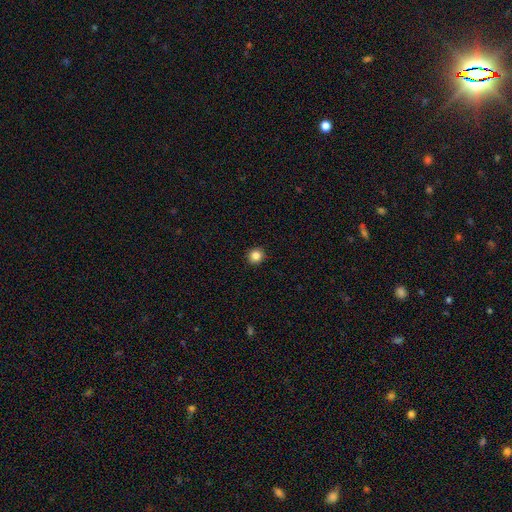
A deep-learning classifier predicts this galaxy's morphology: A smooth galaxy with no disk features (85%) that is round (91%). Merging: none (93%).